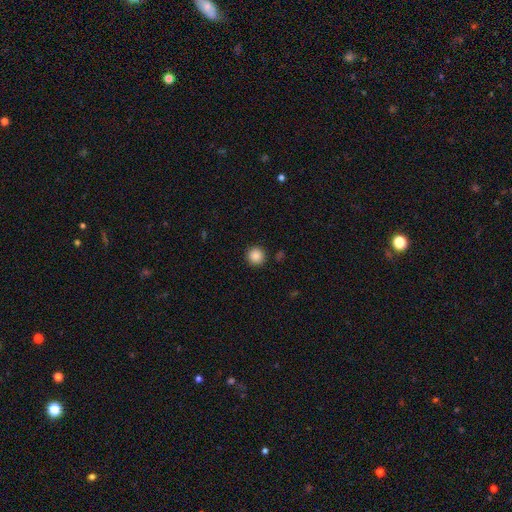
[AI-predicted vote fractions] Smooth or featured? smooth (87%)
How rounded? round (95%)
Merging? none (92%)